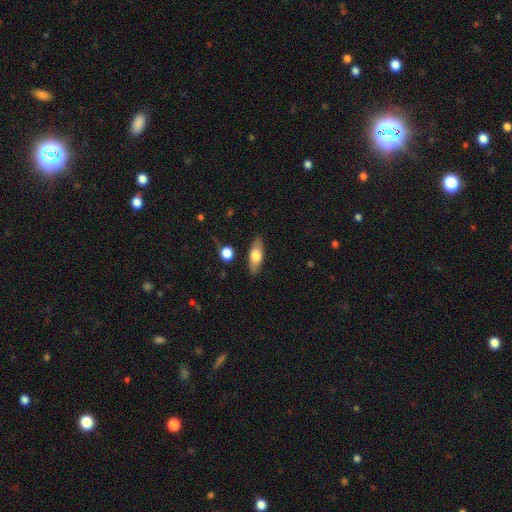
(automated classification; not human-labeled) Overall: smooth (64%; featured or disk 29%). How rounded: in between (72%). Merging: none (84%).